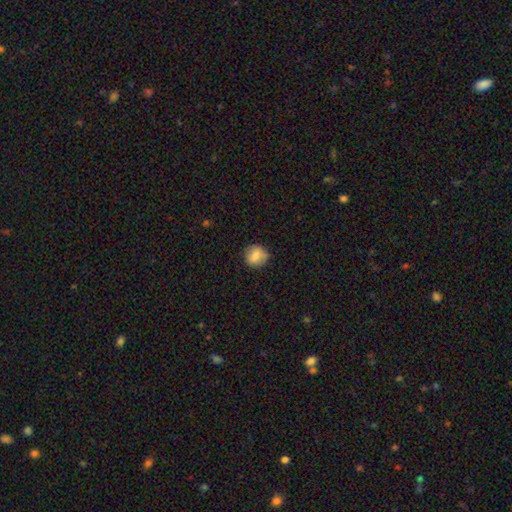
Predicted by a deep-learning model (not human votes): smooth_or_featured: smooth (p=0.80) [alt: featured or disk p=0.11]
how_rounded: round (p=0.85) [alt: in between p=0.14]
merging: none (p=0.80) [alt: minor disturbance p=0.15]